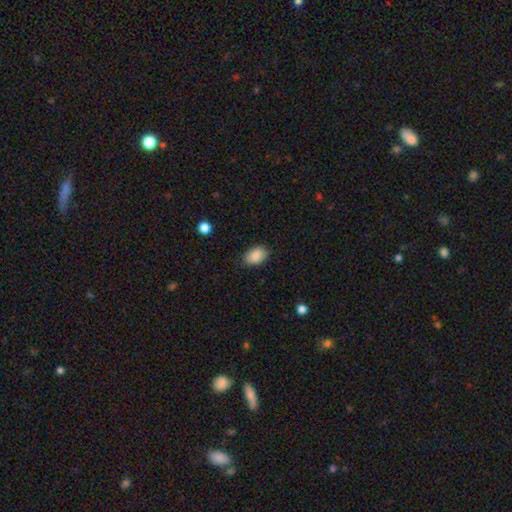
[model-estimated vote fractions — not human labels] A smooth galaxy with no disk features (88%) that is in between round and cigar-shaped (87%). Merging: none (81%).